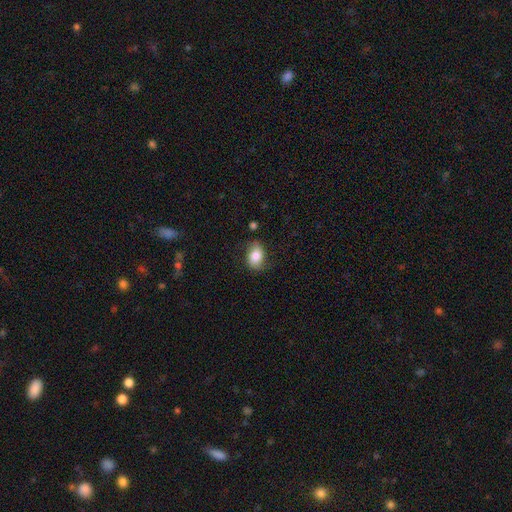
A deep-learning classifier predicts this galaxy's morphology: smooth 78%, featured or disk 14%, star or artifact 8%. Down the decision tree: how rounded — in between (79%); merging — none (73%).